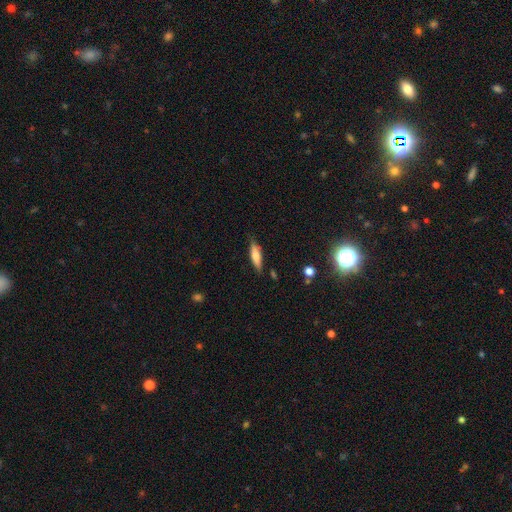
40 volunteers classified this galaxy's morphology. This appears to be a smooth galaxy with no disk features (65%) that is cigar-shaped (77%). Merging: none (90%).